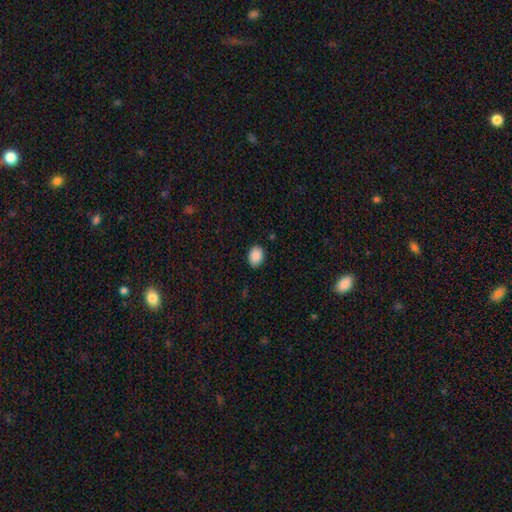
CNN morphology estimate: smooth-or-featured: smooth: 89% | star or artifact: 8% | featured or disk: 3%
  how-rounded: in between: 71% | round: 28% | cigar-shaped: 1%
  merging: none: 86% | minor disturbance: 11% | major disturbance: 2% | merger: 1%